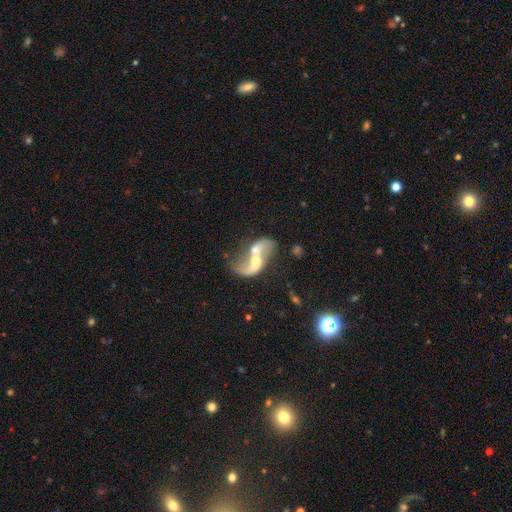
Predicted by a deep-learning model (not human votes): Smooth or featured: featured or disk — 81% (smooth — 11%)
Edge-on disk: no — 96% (yes — 4%)
Bar: no — 49% (weak — 35%)
Spiral arms: yes — 87% (no — 13%)
Spiral winding: loose — 82% (medium — 14%)
Spiral arm count: 2 — 88% (1 — 6%)
Bulge size: moderate — 52% (small — 37%)
Merging: merger — 48% (none — 32%)